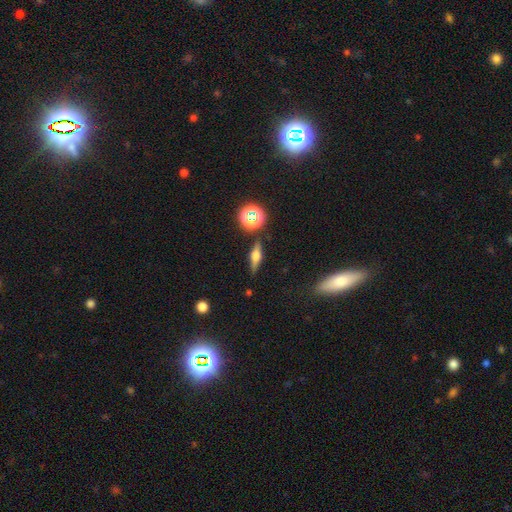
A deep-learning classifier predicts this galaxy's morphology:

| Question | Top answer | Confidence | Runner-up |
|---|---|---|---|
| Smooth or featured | featured or disk | 54% | smooth (33%) |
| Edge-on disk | yes | 93% | no (7%) |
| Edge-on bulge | rounded | 88% | boxy (9%) |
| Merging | none | 83% | minor disturbance (11%) |